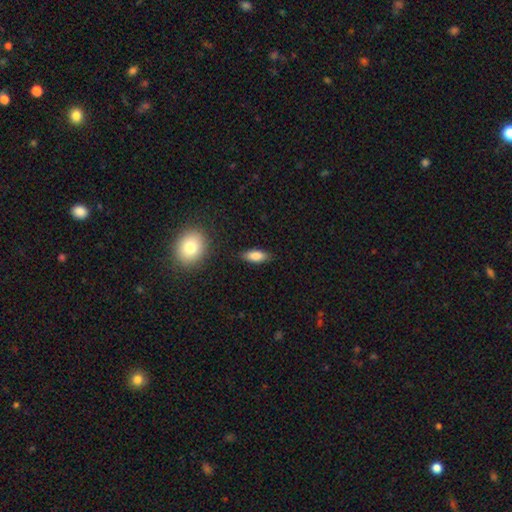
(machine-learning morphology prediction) A smooth galaxy with no disk features (85%) that is in between round and cigar-shaped (81%). Merging: none (83%).